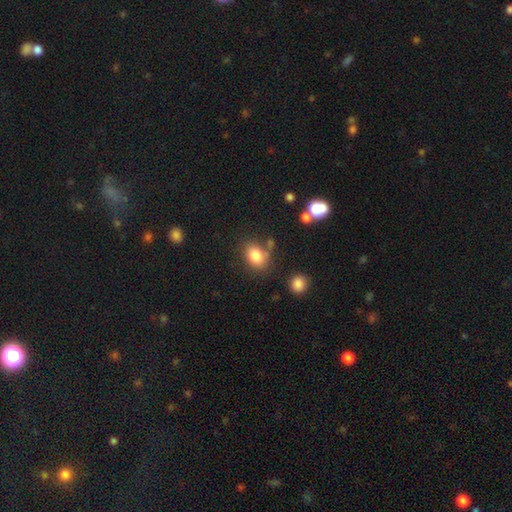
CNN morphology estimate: The model was most divided on "how rounded": in between: 64%, round: 35%, cigar-shaped: 1%. More confident: smooth or featured — smooth (83%); merging — none (70%).